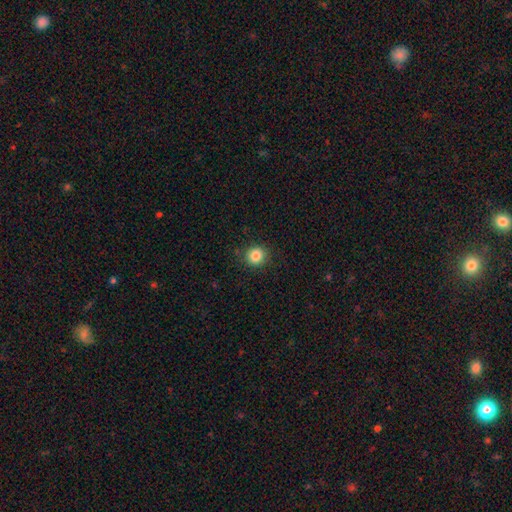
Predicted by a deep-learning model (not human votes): Smooth or featured? smooth (85%)
How rounded? round (87%)
Merging? none (88%)